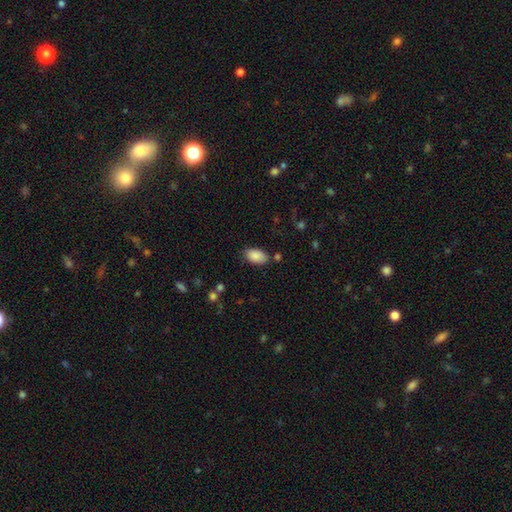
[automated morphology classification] Smooth or featured?
  - smooth: 88% *
  - star or artifact: 7%
  - featured or disk: 5%
How rounded?
  - in between: 94% *
  - round: 4%
  - cigar-shaped: 2%
Merging?
  - none: 78% *
  - minor disturbance: 14%
  - merger: 4%
  - major disturbance: 3%